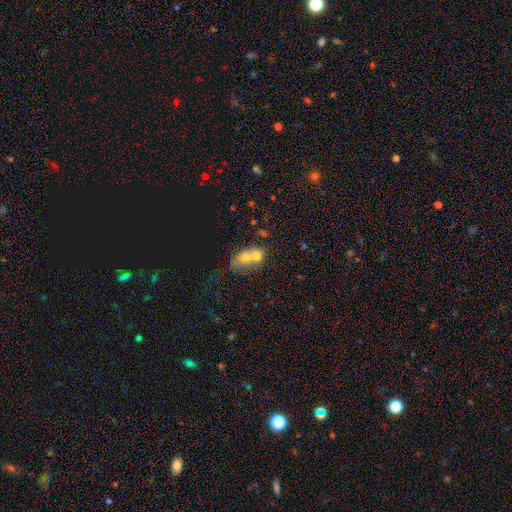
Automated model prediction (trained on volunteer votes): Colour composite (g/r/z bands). It shows a smooth galaxy with no disk features (48%). Merging: none (62%).